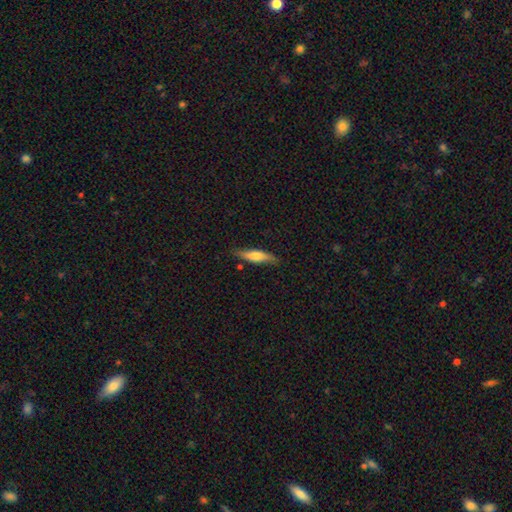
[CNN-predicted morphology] Overall: smooth (64%; featured or disk 30%). How rounded: cigar-shaped (71%). Merging: none (80%).